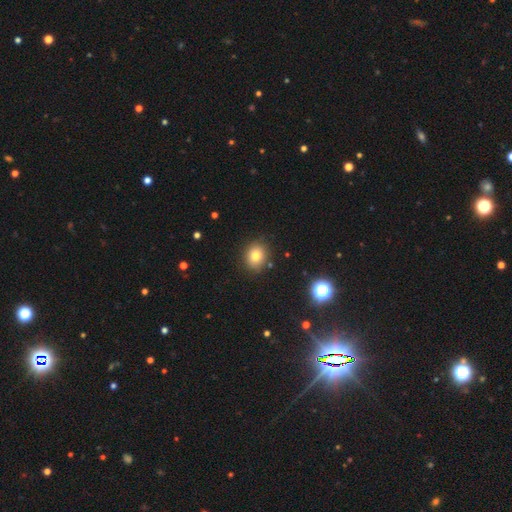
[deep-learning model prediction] Smooth or featured?
  - smooth: 78% *
  - star or artifact: 13%
  - featured or disk: 9%
How rounded?
  - round: 65% *
  - in between: 34%
  - cigar-shaped: 1%
Merging?
  - none: 87% *
  - minor disturbance: 9%
  - major disturbance: 2%
  - merger: 2%